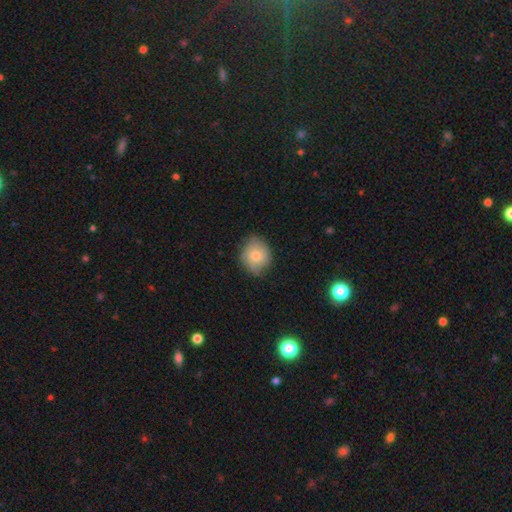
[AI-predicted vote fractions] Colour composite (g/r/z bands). It shows a smooth galaxy with no disk features (68%) that is round (73%). Merging: none (69%).